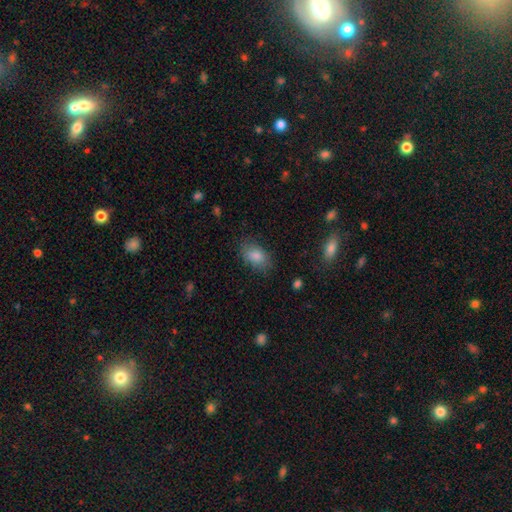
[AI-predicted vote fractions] smooth 83%, featured or disk 8%, star or artifact 8%. Down the decision tree: how rounded — in between (89%); merging — none (80%).